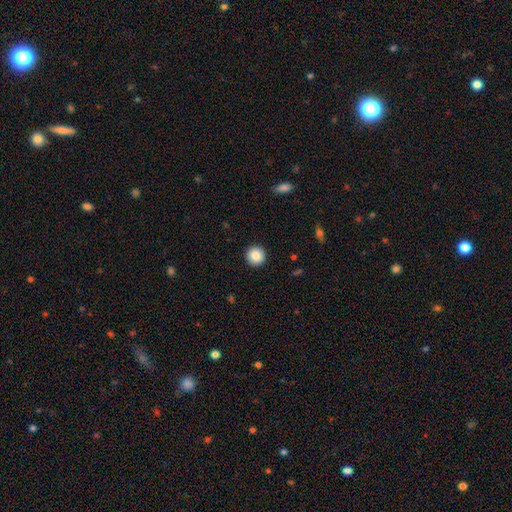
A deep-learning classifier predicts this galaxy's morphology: The model was most divided on "smooth or featured": smooth: 87%, star or artifact: 8%, featured or disk: 5%. More confident: how rounded — round (95%); merging — none (93%).